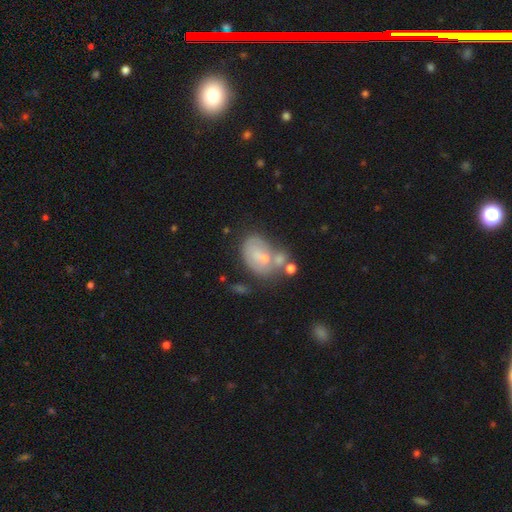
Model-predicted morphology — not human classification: The model was most divided on "smooth or featured": featured or disk: 46%, smooth: 41%, star or artifact: 12%. Remaining: merging — none (38%).